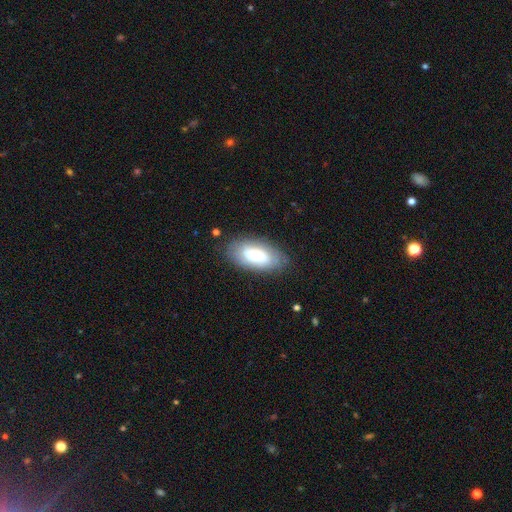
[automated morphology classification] Overall: smooth (69%). How rounded: in between (92%). Merging: none (77%).